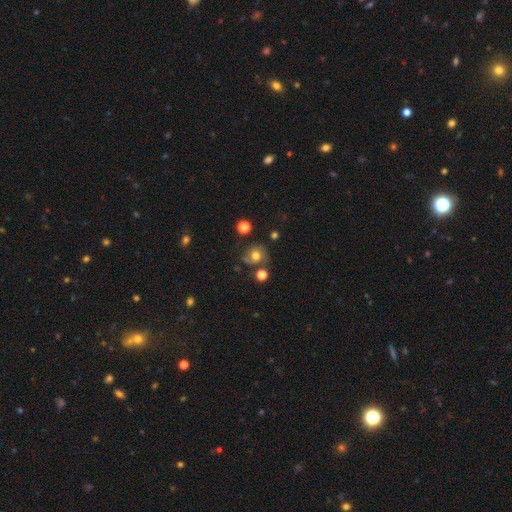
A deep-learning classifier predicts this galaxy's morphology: smooth 57%, featured or disk 28%, star or artifact 15%. Down the decision tree: how rounded — round (76%); merging — none (62%).